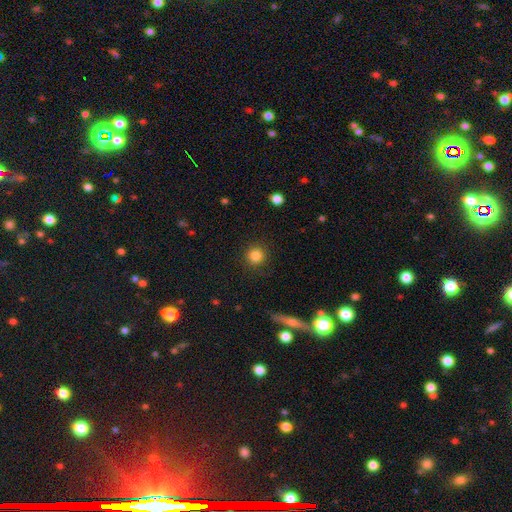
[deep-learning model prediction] smooth-or-featured: smooth: 84% | star or artifact: 11% | featured or disk: 5%
  how-rounded: round: 94% | in between: 5% | cigar-shaped: 1%
  merging: none: 90% | minor disturbance: 6% | major disturbance: 2% | merger: 1%